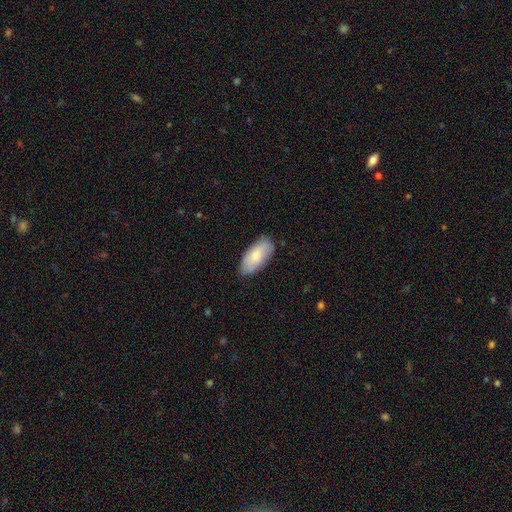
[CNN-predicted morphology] Smooth or featured?
  - smooth: 77% *
  - featured or disk: 18%
  - star or artifact: 6%
How rounded?
  - in between: 92% *
  - cigar-shaped: 6%
  - round: 2%
Merging?
  - none: 79% *
  - minor disturbance: 17%
  - major disturbance: 3%
  - merger: 1%